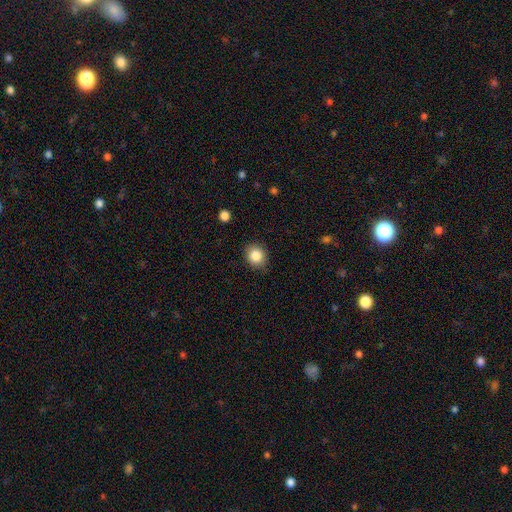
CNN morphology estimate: Smooth or featured?
  - smooth: 85% *
  - star or artifact: 9%
  - featured or disk: 5%
How rounded?
  - round: 74% *
  - in between: 25%
  - cigar-shaped: 1%
Merging?
  - none: 86% *
  - minor disturbance: 10%
  - major disturbance: 2%
  - merger: 1%